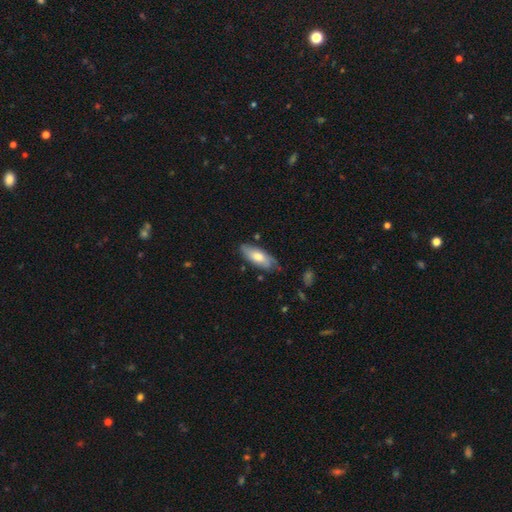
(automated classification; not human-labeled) Q: Smooth or featured?
A: smooth (58%); runner-up: featured or disk (35%)
Q: How rounded?
A: in between (70%); runner-up: cigar-shaped (28%)
Q: Merging?
A: none (71%); runner-up: minor disturbance (23%)